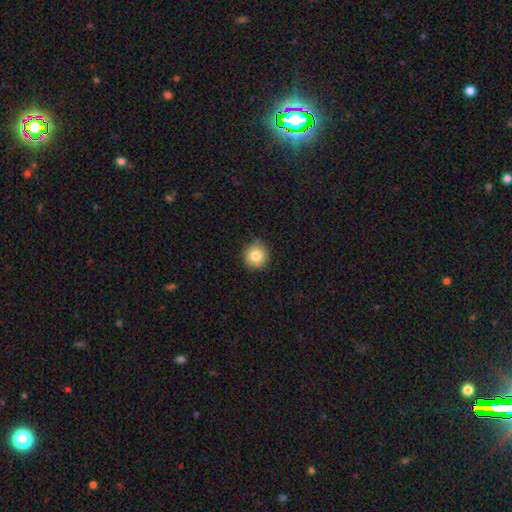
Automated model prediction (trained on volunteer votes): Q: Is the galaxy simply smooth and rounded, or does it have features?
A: smooth — 81%.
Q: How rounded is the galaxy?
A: round — 93%.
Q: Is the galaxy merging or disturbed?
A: none — 86%.